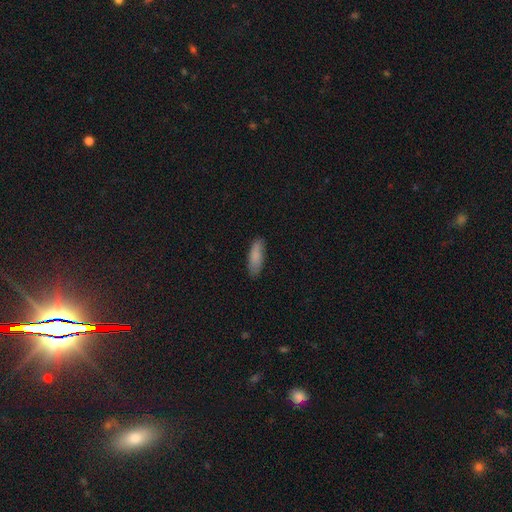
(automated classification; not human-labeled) Smooth or featured? smooth (84%)
How rounded? in between (55%)
Merging? none (80%)